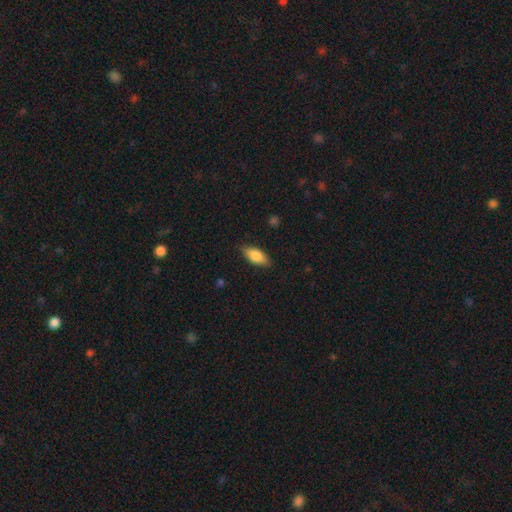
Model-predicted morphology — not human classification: Smooth or featured? Predicted: smooth (p=0.80). How rounded? Predicted: in between (p=0.84). Merging? Predicted: none (p=0.84).